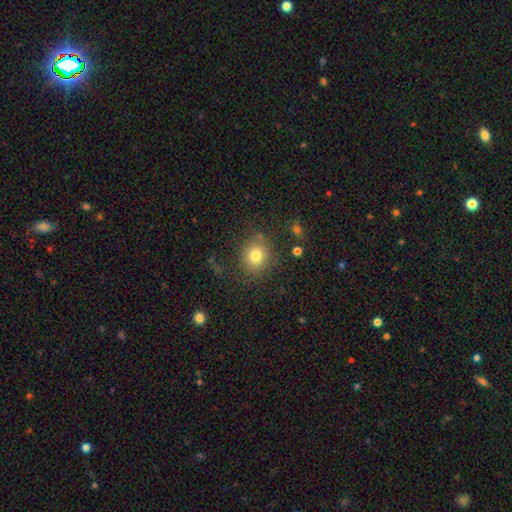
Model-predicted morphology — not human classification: Smooth or featured?
  - smooth: 79% *
  - star or artifact: 12%
  - featured or disk: 9%
How rounded?
  - round: 75% *
  - in between: 24%
  - cigar-shaped: 1%
Merging?
  - none: 80% *
  - minor disturbance: 12%
  - major disturbance: 5%
  - merger: 3%